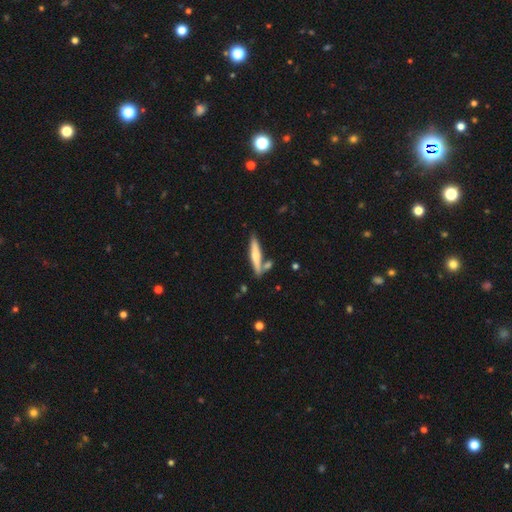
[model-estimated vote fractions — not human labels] Morphology: type=smooth (52%); roundness=cigar-shaped (88%); merging=none (72%).